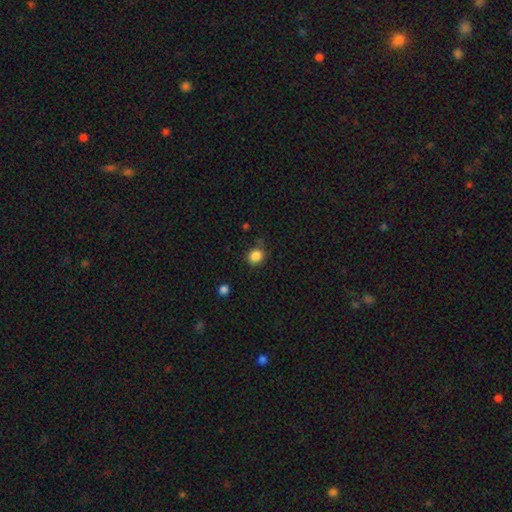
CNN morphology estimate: smooth-or-featured: smooth: 86% | star or artifact: 10% | featured or disk: 4%
  how-rounded: round: 74% | in between: 25% | cigar-shaped: 1%
  merging: none: 75% | minor disturbance: 18% | major disturbance: 4% | merger: 3%